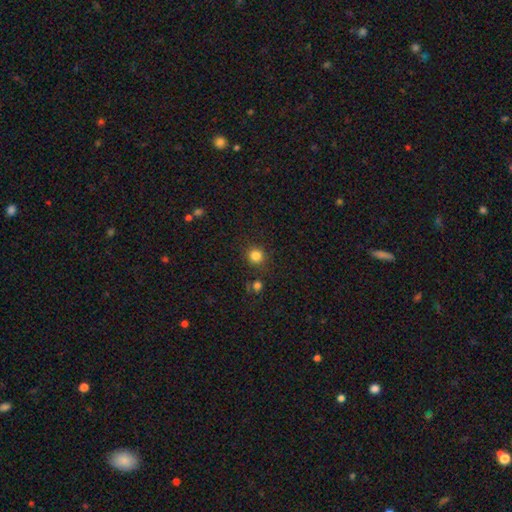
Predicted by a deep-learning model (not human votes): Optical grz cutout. It shows a smooth galaxy with no disk features (83%) that is round (91%). Merging: none (85%).